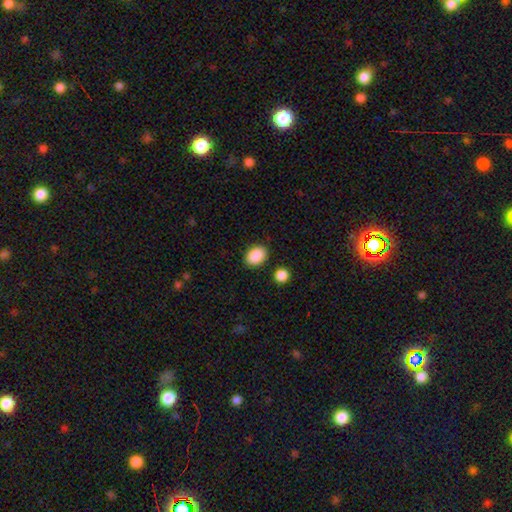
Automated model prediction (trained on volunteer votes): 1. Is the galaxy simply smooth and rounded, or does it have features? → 89% smooth, 7% star or artifact, 3% featured or disk.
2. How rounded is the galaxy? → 72% in between, 27% round, 1% cigar-shaped.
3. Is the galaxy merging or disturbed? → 87% none, 8% minor disturbance, 3% merger, 2% major disturbance.